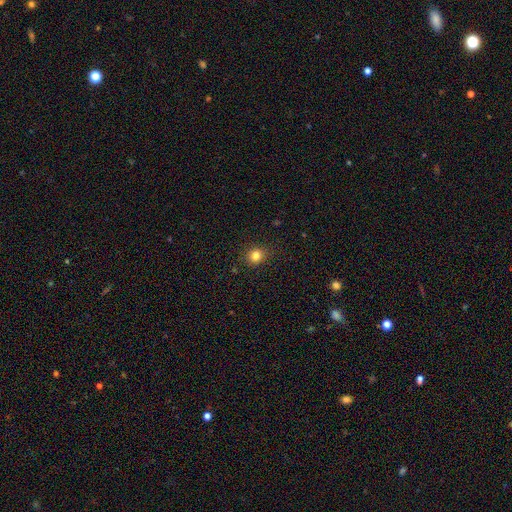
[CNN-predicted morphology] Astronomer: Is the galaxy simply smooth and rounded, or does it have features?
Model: smooth — 82%.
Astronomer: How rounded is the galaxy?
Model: round — 82%.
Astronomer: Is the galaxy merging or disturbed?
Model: none — 88%.